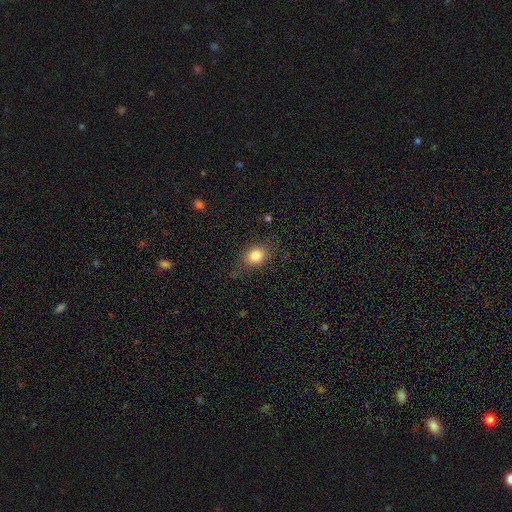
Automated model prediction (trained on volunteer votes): smooth 81%, star or artifact 10%, featured or disk 9%. Down the decision tree: how rounded — in between (50%); merging — none (76%).